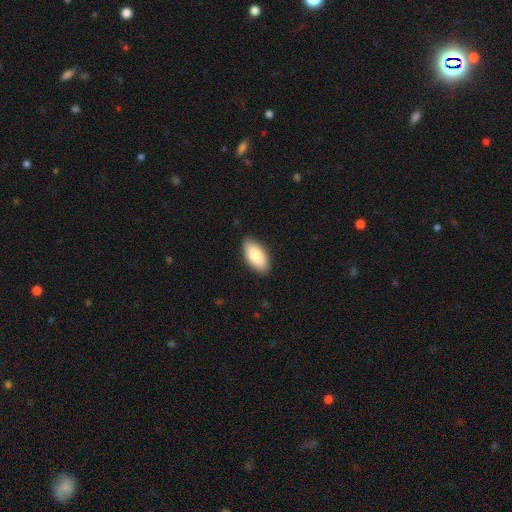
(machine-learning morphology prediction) type=smooth (83%); roundness=in between (92%); merging=none (87%).